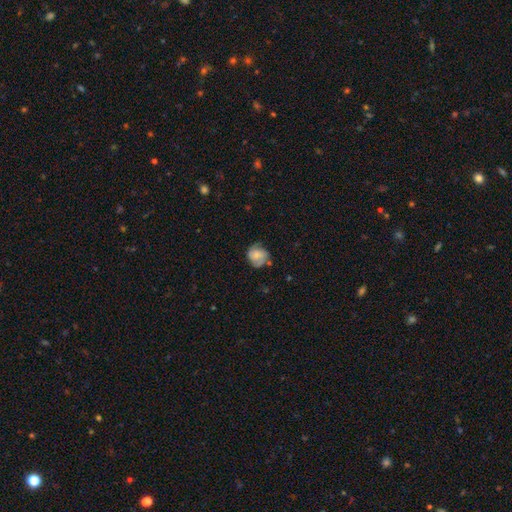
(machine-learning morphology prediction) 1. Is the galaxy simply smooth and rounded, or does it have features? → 46% smooth (tied), 46% featured or disk (tied), 8% star or artifact.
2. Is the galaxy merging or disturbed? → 62% none, 27% minor disturbance, 8% major disturbance, 2% merger.